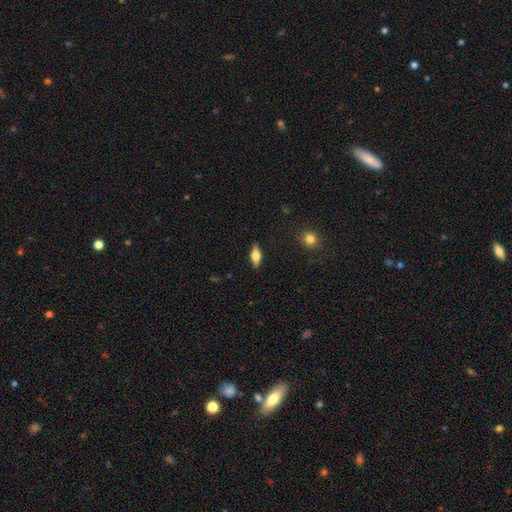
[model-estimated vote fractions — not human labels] A smooth galaxy with no disk features (49%). Merging: none (88%).